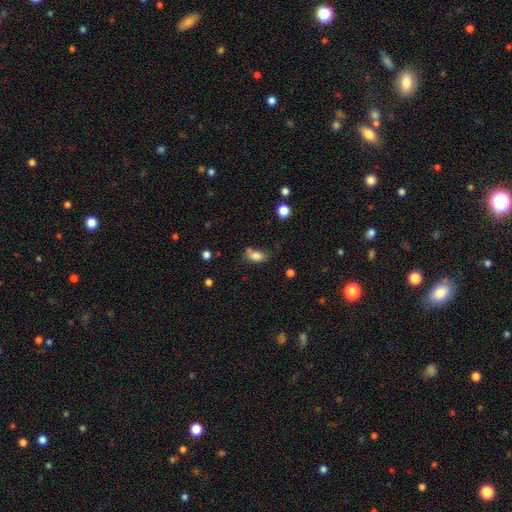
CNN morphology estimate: Q: Smooth or featured?
A: smooth (81%); runner-up: star or artifact (10%)
Q: How rounded?
A: in between (84%); runner-up: round (13%)
Q: Merging?
A: none (52%); runner-up: minor disturbance (26%)